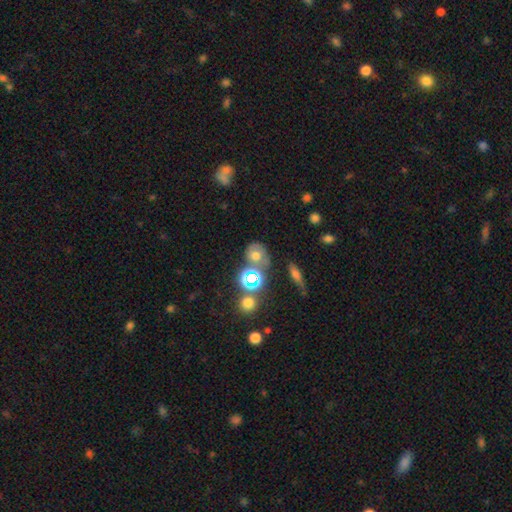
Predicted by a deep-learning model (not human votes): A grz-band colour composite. It shows a smooth galaxy with no disk features (56%) that is round (62%). Merging: none (57%).